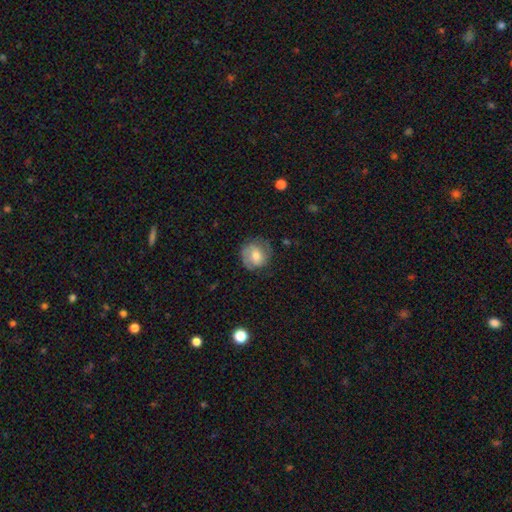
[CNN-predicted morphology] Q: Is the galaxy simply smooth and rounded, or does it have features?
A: smooth — 55%.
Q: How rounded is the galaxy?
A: round — 81%.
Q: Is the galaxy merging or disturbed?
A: none — 70%.